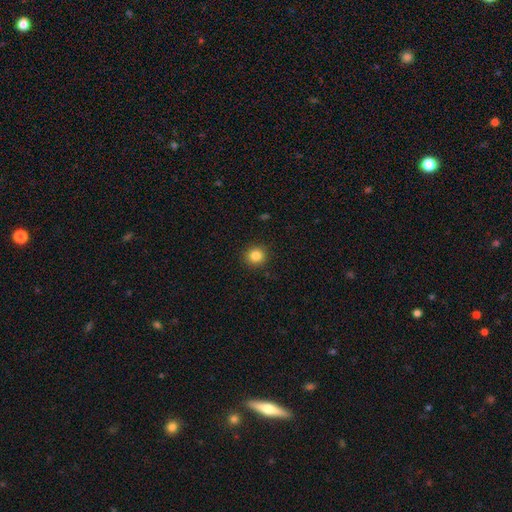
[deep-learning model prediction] This appears to be a smooth galaxy with no disk features (84%) that is round (91%). Merging: none (92%).